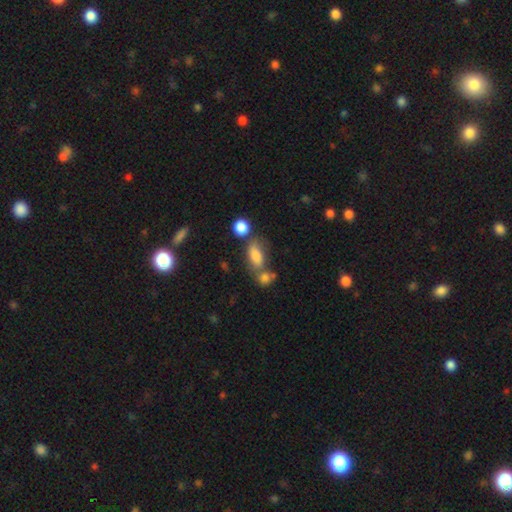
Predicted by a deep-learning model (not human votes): smooth 76%, featured or disk 13%, star or artifact 11%. Down the decision tree: how rounded — in between (82%); merging — none (50%).